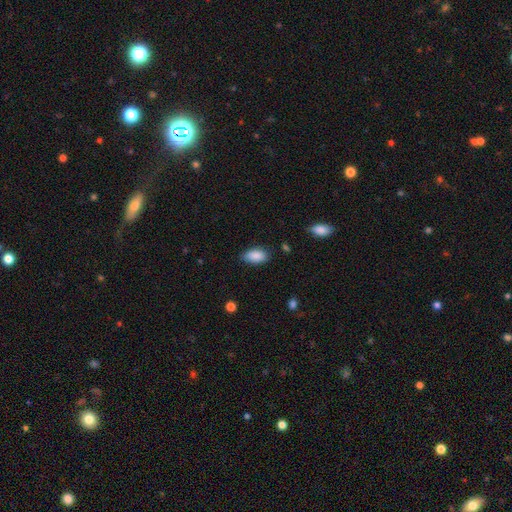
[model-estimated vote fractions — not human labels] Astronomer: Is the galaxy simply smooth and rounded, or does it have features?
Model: smooth — 88%.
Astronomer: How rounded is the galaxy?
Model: in between — 93%.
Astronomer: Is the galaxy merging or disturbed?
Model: none — 77%.